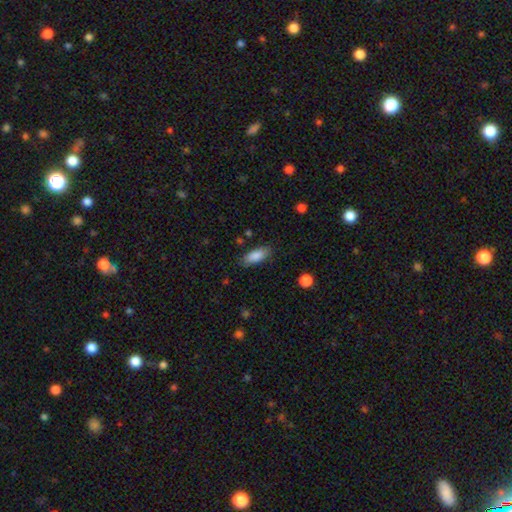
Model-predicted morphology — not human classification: A smooth galaxy with no disk features (86%) that is in between round and cigar-shaped (79%). Merging: none (83%).